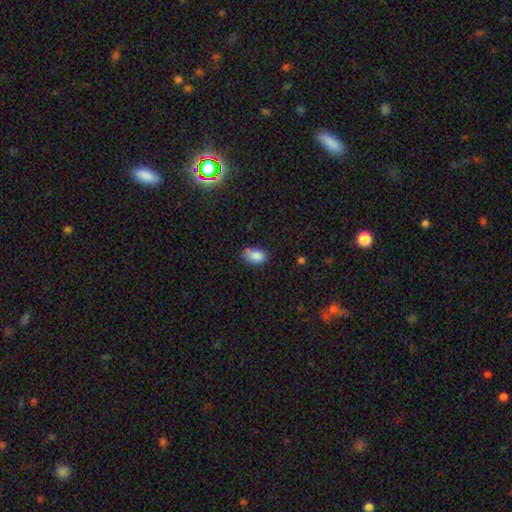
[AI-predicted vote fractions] smooth_or_featured: smooth (p=0.85) [alt: star or artifact p=0.09]
how_rounded: in between (p=0.86) [alt: round p=0.13]
merging: none (p=0.66) [alt: minor disturbance p=0.24]